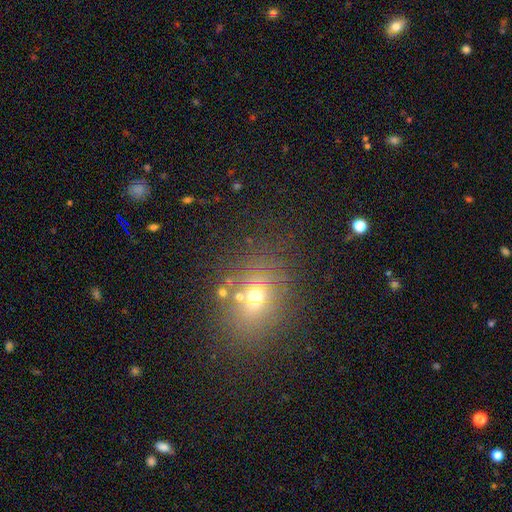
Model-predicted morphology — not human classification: Overall: smooth (50%; star or artifact 32%). How rounded: in between (54%; round 43%). Merging: none (77%).